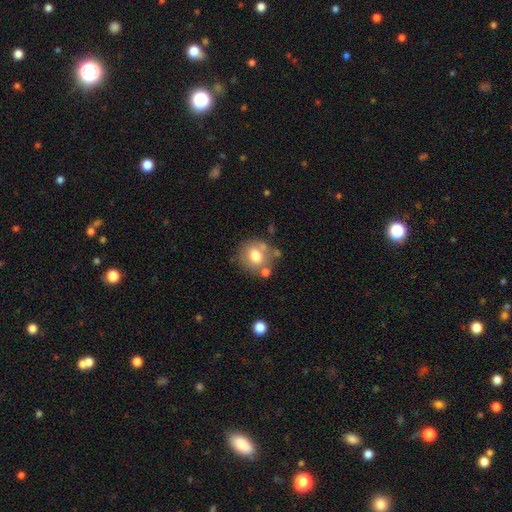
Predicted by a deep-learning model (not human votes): smooth_or_featured: smooth (p=0.70) [alt: featured or disk p=0.20]
how_rounded: round (p=0.82) [alt: in between p=0.17]
merging: none (p=0.66) [alt: minor disturbance p=0.15]